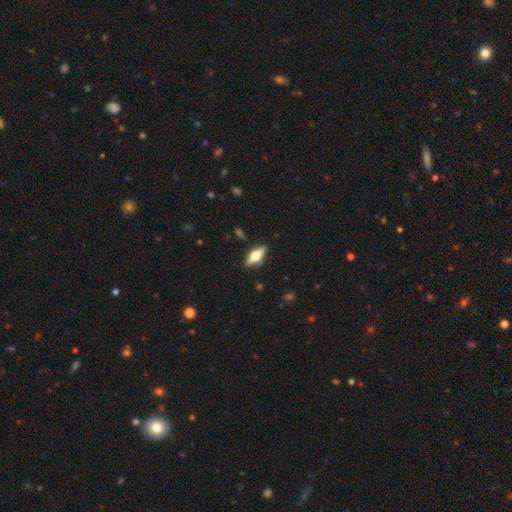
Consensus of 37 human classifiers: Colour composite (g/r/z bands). It shows a featured or disk galaxy (68%) viewed edge-on (96%) with a rounded central bulge (96%). Merging: none (71%).